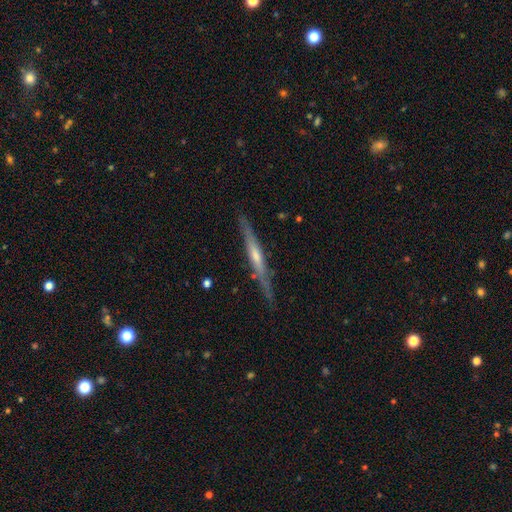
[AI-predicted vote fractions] Smooth or featured: featured or disk — 63% (smooth — 32%)
Edge-on disk: yes — 93% (no — 7%)
Edge-on bulge: none — 47% (rounded — 41%)
Merging: none — 80% (minor disturbance — 15%)